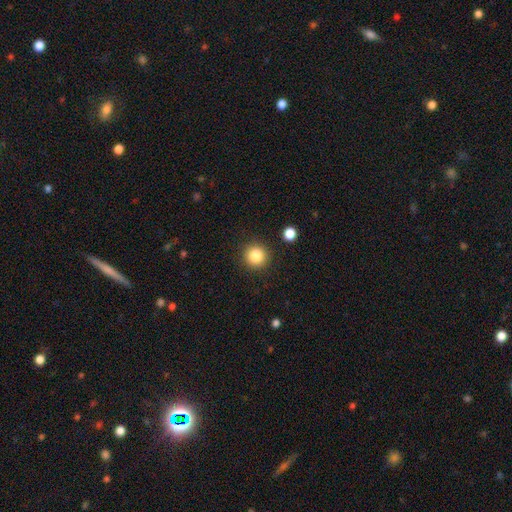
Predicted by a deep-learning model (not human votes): Smooth or featured: smooth — 85% (star or artifact — 10%)
How rounded: round — 95% (in between — 4%)
Merging: none — 90% (minor disturbance — 6%)